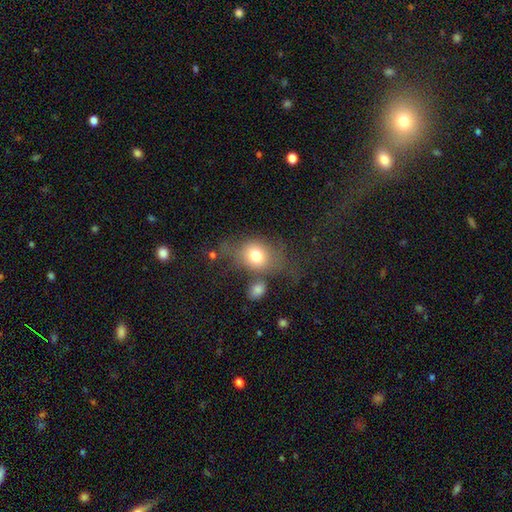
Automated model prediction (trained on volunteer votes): This is likely a smooth galaxy (73%). How rounded: possibly round (51%). Merging: possibly none (46%).